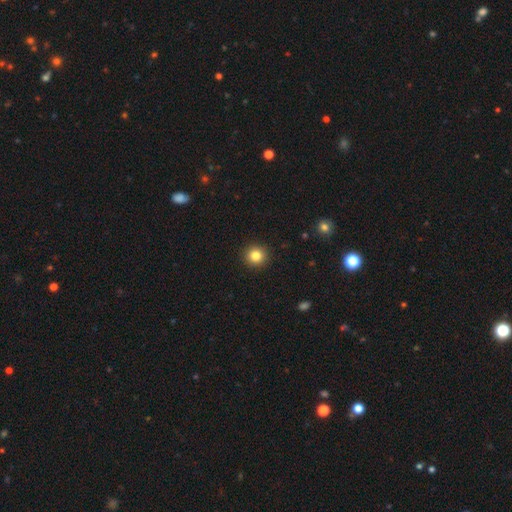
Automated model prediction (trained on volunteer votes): Q: Smooth or featured?
A: smooth (84%); runner-up: star or artifact (11%)
Q: How rounded?
A: round (94%); runner-up: in between (5%)
Q: Merging?
A: none (93%); runner-up: minor disturbance (5%)